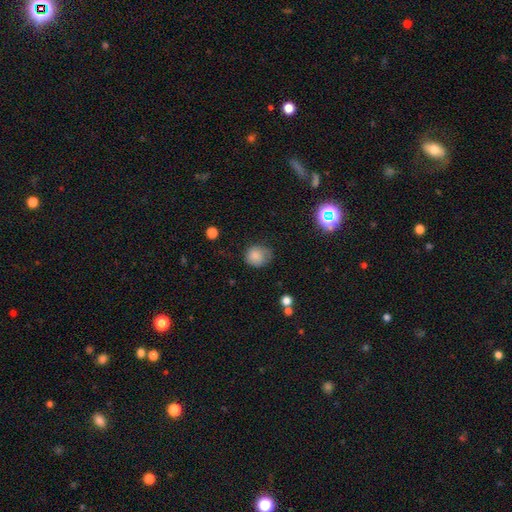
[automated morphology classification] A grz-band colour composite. It shows a smooth galaxy with no disk features (82%) that is round (71%). Merging: none (57%).